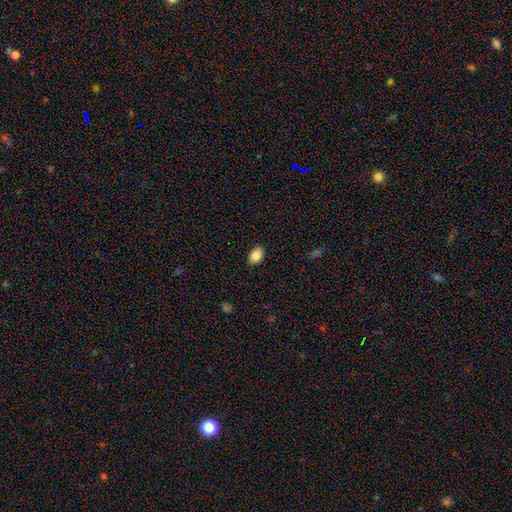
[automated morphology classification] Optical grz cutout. It shows a smooth galaxy with no disk features (85%) that is in between round and cigar-shaped (84%). Merging: none (88%).